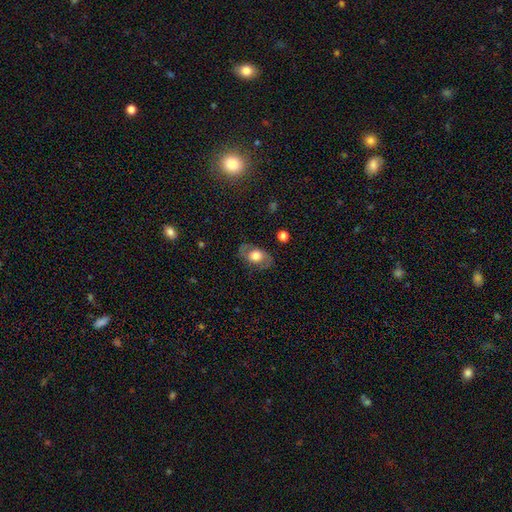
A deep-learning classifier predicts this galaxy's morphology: Smooth or featured? Predicted: smooth (p=0.46, tied with featured or disk). Merging? Predicted: none (p=0.77).